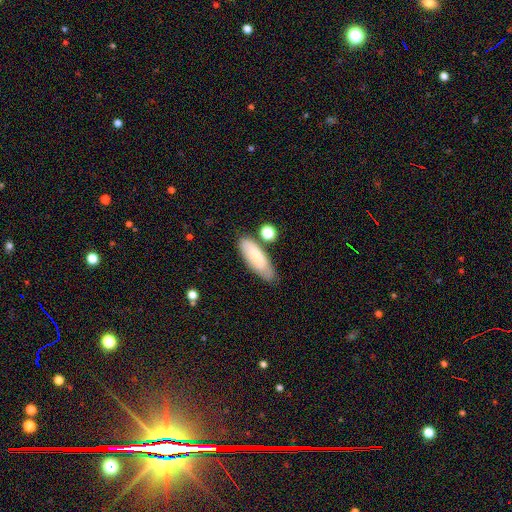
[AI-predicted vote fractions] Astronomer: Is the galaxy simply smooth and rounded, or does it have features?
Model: smooth — 72%.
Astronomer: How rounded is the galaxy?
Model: in between — 62%.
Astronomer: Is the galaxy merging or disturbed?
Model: none — 67%.